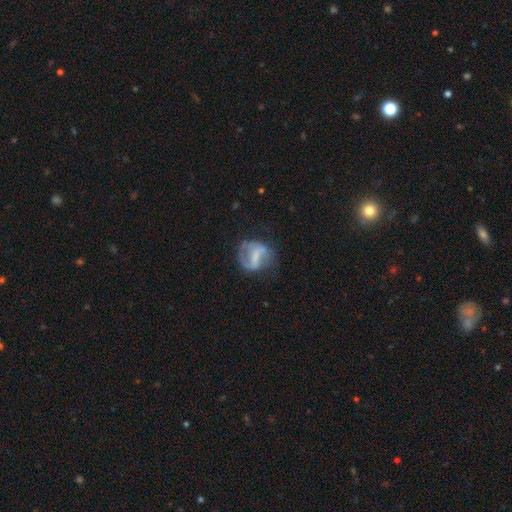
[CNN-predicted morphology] This appears to be a featured or disk galaxy (73%) with a strong bar (41%, tied with weak), 2 (77%) medium (42%) spiral arms (82%) and no central bulge (45%). Merging: none (57%).